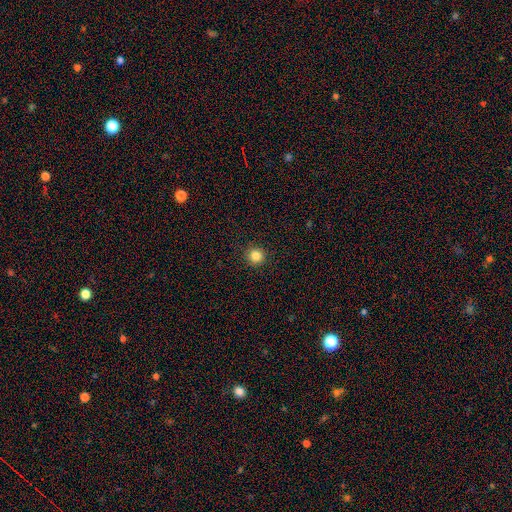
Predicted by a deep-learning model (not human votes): This is clearly a smooth galaxy (85%). How rounded: clearly round (95%). Merging: clearly none (92%).